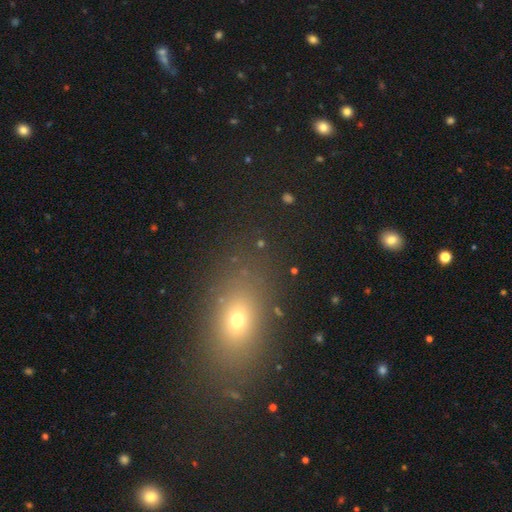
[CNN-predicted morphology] This is likely a smooth galaxy (60%). How rounded: likely in between (69%). Merging: clearly none (84%).